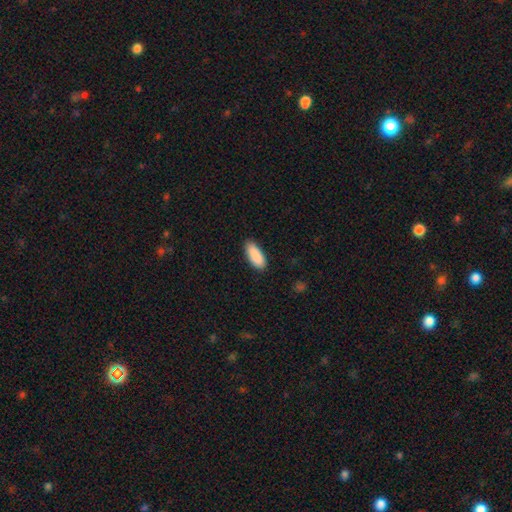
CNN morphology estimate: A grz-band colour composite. It shows a smooth galaxy with no disk features (91%) that is in between round and cigar-shaped (80%). Merging: none (86%).